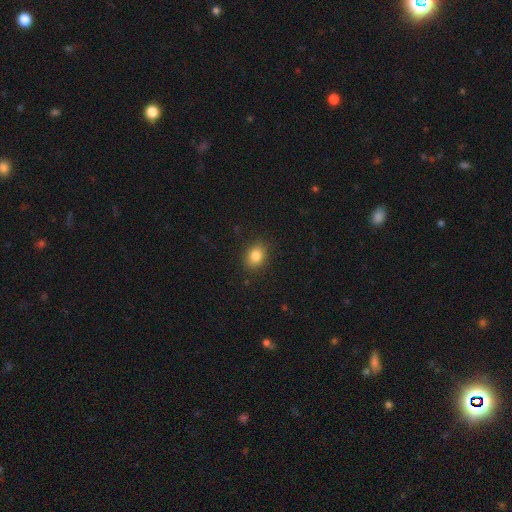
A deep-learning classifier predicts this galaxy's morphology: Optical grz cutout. It shows a smooth galaxy with no disk features (84%) that is in between round and cigar-shaped (55%). Merging: none (87%).